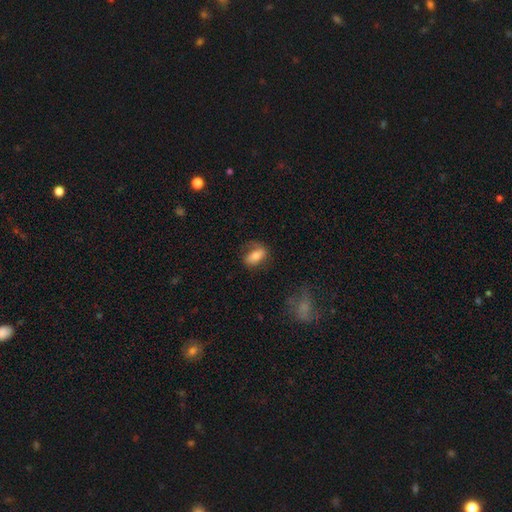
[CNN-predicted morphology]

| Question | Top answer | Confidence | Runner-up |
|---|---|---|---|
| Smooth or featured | smooth | 63% | featured or disk (29%) |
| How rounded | in between | 85% | round (10%) |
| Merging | none | 59% | minor disturbance (23%) |